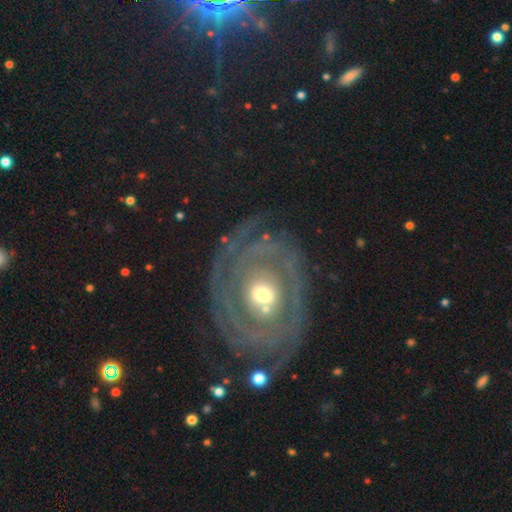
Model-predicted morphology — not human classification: Overall: featured or disk (78%). Edge-on disk: no (95%). Bar: no (62%; weak 26%). Spiral arms: yes (83%). Spiral arm count: can't tell (38%; 2 29%). Spiral winding: tight (76%). Bulge size: moderate (67%). Merging: none (80%).